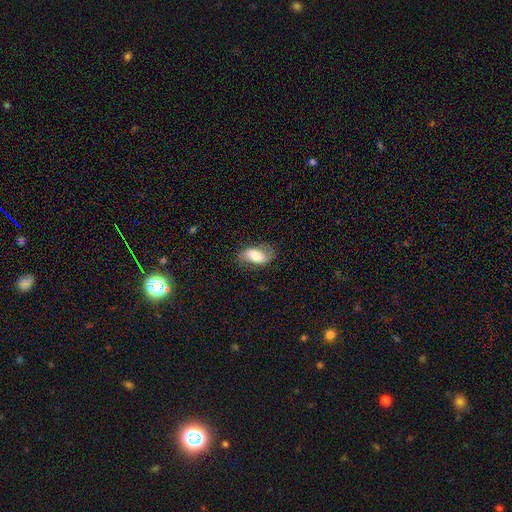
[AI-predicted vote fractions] Q: Smooth or featured?
A: smooth (59%); runner-up: featured or disk (34%)
Q: How rounded?
A: in between (91%); runner-up: round (5%)
Q: Merging?
A: none (71%); runner-up: minor disturbance (20%)